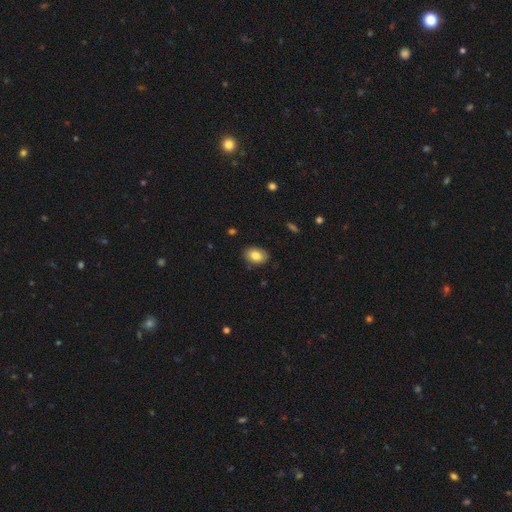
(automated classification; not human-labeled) A smooth galaxy with no disk features (83%) that is in between round and cigar-shaped (76%).

Vote fractions:
- Smooth or featured? smooth: 83% / featured or disk: 10% / star or artifact: 8%
- How rounded? in between: 76% / round: 23% / cigar-shaped: 1%
- Merging? none: 86% / minor disturbance: 10% / major disturbance: 2% / merger: 1%